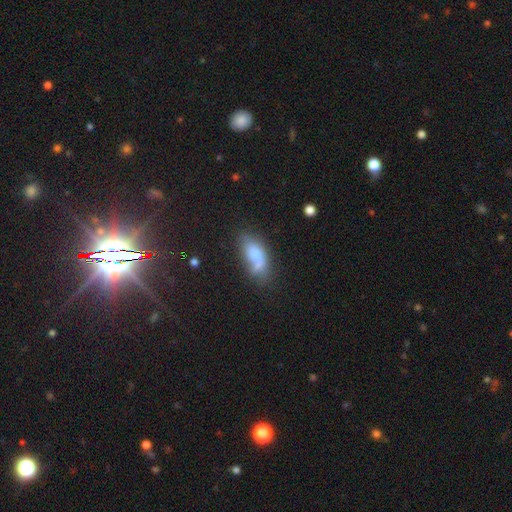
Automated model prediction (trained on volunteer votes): Smooth or featured: smooth — 71% (featured or disk — 21%)
How rounded: in between — 84% (cigar-shaped — 12%)
Merging: none — 39% (minor disturbance — 25%)